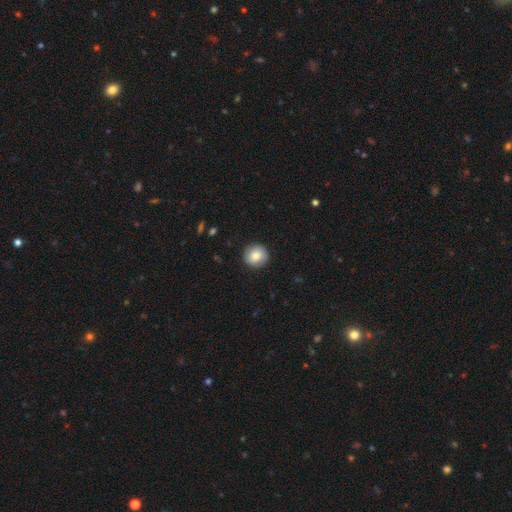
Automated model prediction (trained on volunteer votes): Smooth or featured: smooth — 85% (star or artifact — 8%)
How rounded: round — 93% (in between — 6%)
Merging: none — 91% (minor disturbance — 6%)